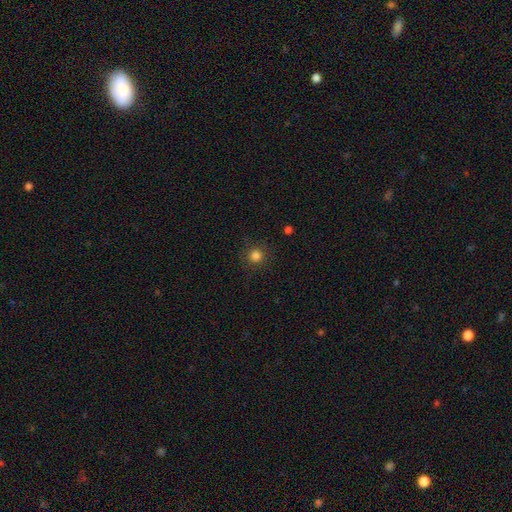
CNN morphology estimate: This is clearly a smooth galaxy (83%). How rounded: clearly round (94%). Merging: clearly none (89%).